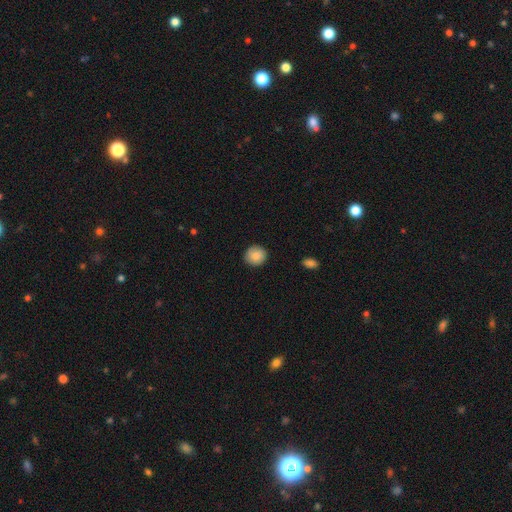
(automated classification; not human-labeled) Q: Smooth or featured?
A: smooth (87%); runner-up: star or artifact (8%)
Q: How rounded?
A: round (88%); runner-up: in between (11%)
Q: Merging?
A: none (88%); runner-up: minor disturbance (9%)